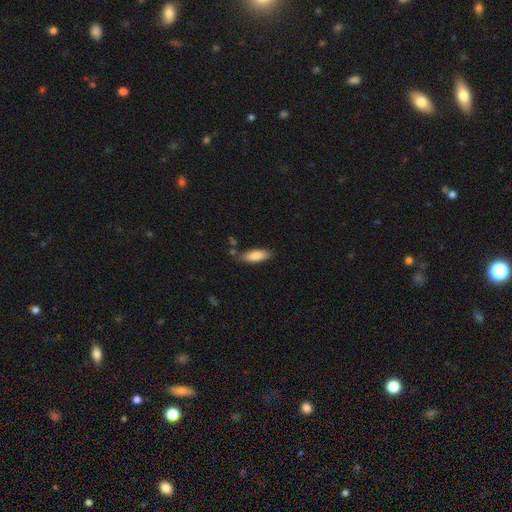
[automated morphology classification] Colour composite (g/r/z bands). It shows a smooth galaxy with no disk features (83%) that is in between round and cigar-shaped (65%). Merging: none (78%).